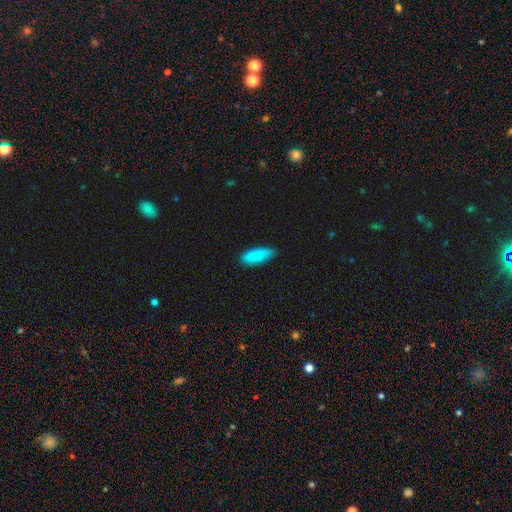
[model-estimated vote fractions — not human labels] A smooth galaxy with no disk features (87%) that is in between round and cigar-shaped (66%).

Vote fractions:
- Smooth or featured? smooth: 87% / featured or disk: 7% / star or artifact: 6%
- How rounded? in between: 66% / cigar-shaped: 32% / round: 2%
- Merging? none: 80% / minor disturbance: 16% / major disturbance: 2% / merger: 1%